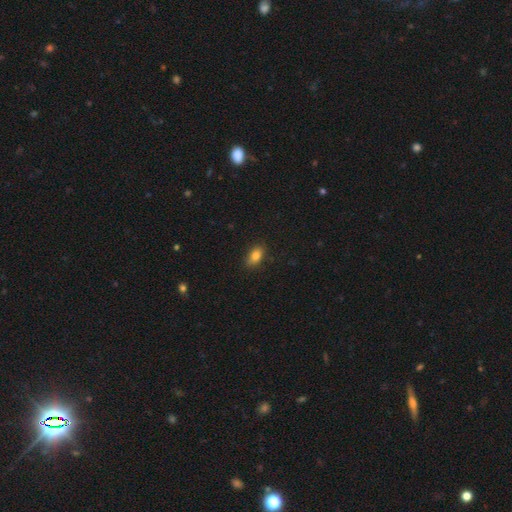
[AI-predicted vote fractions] Smooth or featured? smooth (81%)
How rounded? in between (85%)
Merging? none (84%)